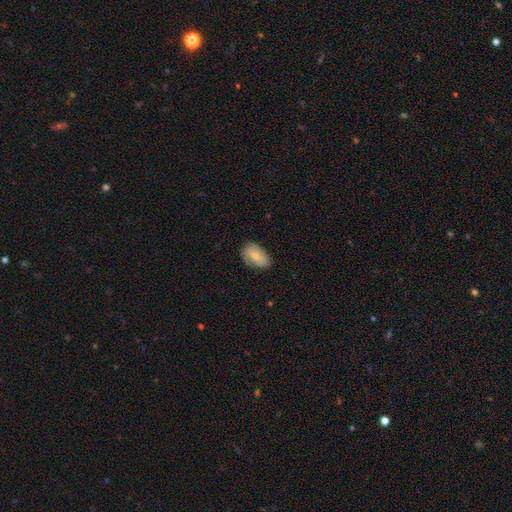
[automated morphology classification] Smooth or featured: smooth — 69% (featured or disk — 24%)
How rounded: in between — 85% (round — 13%)
Merging: none — 65% (minor disturbance — 27%)